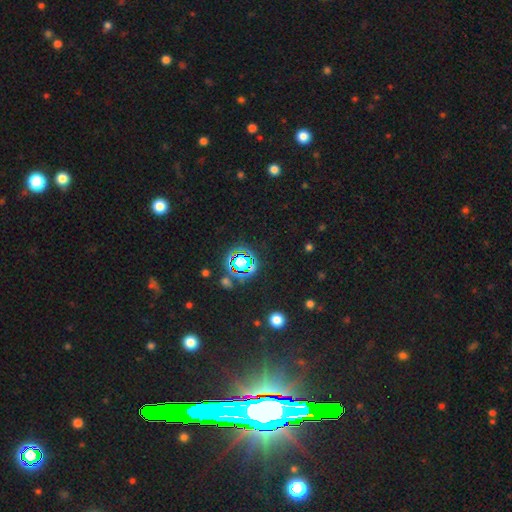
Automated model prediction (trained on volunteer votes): smooth-or-featured: star or artifact: 77% | smooth: 11% | featured or disk: 11%